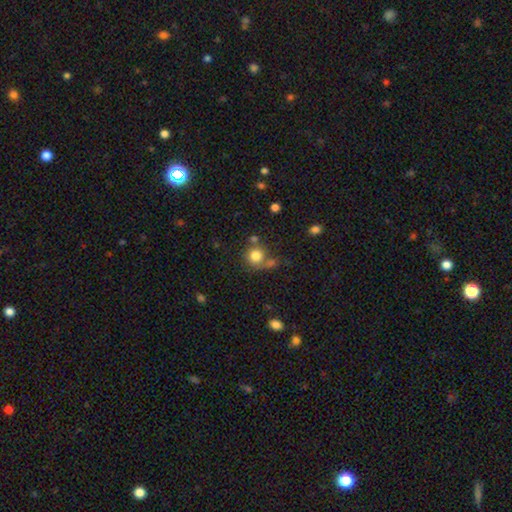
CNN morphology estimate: This is likely a smooth galaxy (80%). How rounded: clearly round (89%). Merging: possibly none (59%).